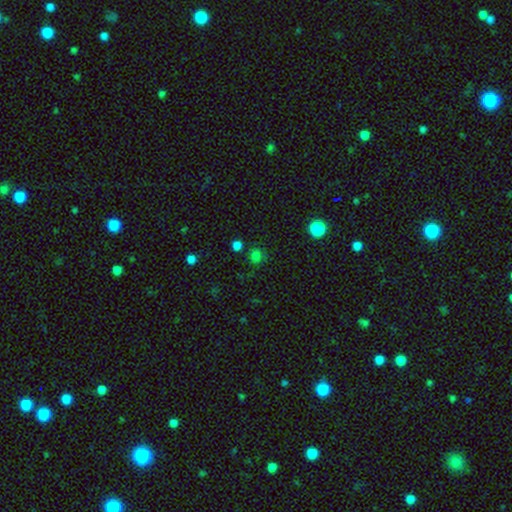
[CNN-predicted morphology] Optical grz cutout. It shows a smooth galaxy with no disk features (74%) that is round (86%). Merging: none (79%).